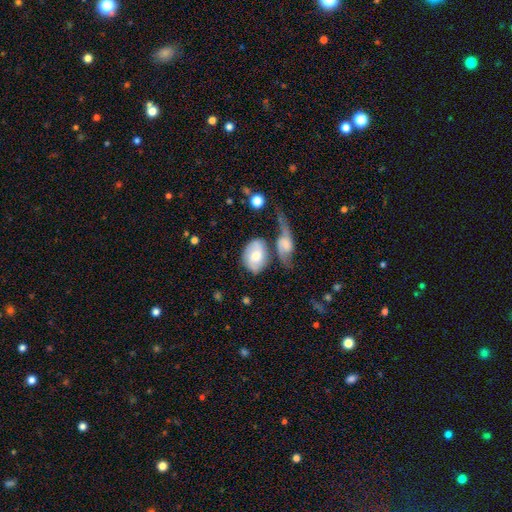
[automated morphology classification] smooth 48%, featured or disk 45%, star or artifact 6%. Down the decision tree: merging — none (41%).